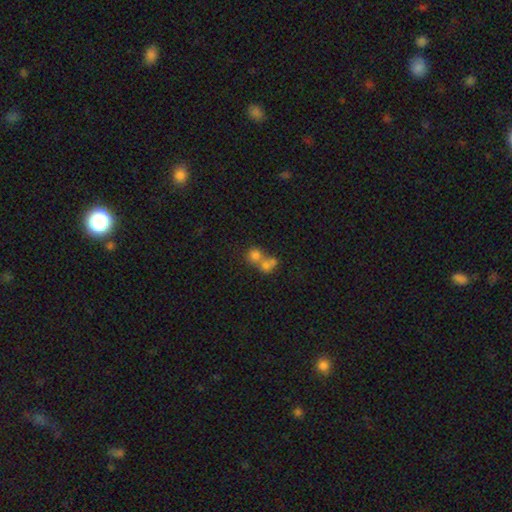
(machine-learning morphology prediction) A smooth galaxy with no disk features (71%) that is round (74%).

Vote fractions:
- Smooth or featured? smooth: 71% / featured or disk: 17% / star or artifact: 12%
- How rounded? round: 74% / in between: 25% / cigar-shaped: 1%
- Merging? merger: 64% / none: 26% / minor disturbance: 6% / major disturbance: 4%